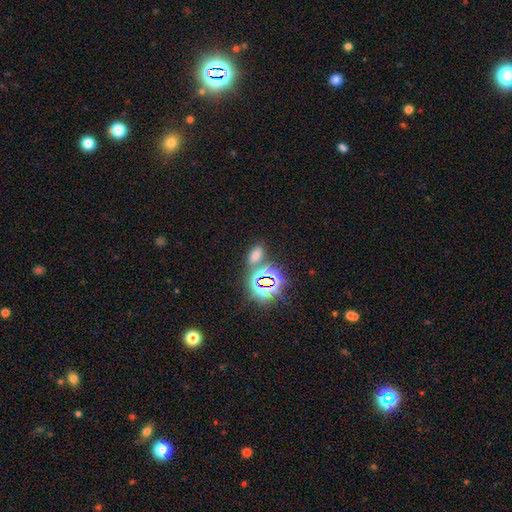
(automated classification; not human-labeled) Morphology: type=smooth (53%); roundness=in between (84%); merging=none (70%).